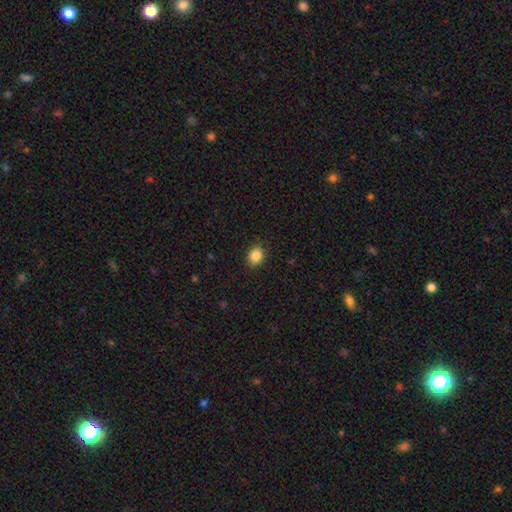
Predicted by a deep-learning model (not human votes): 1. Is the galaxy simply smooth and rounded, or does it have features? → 87% smooth, 9% star or artifact, 4% featured or disk.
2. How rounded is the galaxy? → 56% round, 43% in between, 1% cigar-shaped.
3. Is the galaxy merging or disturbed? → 88% none, 8% minor disturbance, 2% major disturbance, 1% merger.